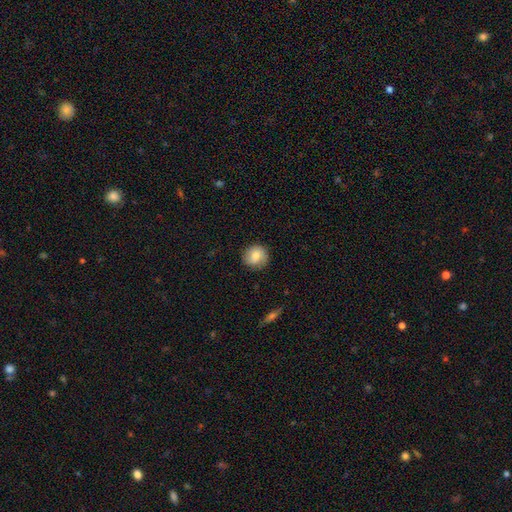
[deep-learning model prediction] This is likely a smooth galaxy (78%). How rounded: clearly round (88%). Merging: clearly none (80%).